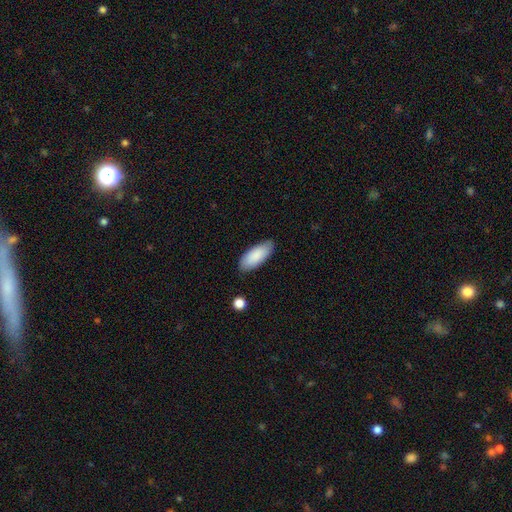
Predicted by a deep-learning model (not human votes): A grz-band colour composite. It shows a smooth galaxy with no disk features (87%) that is in between round and cigar-shaped (84%). Merging: none (82%).